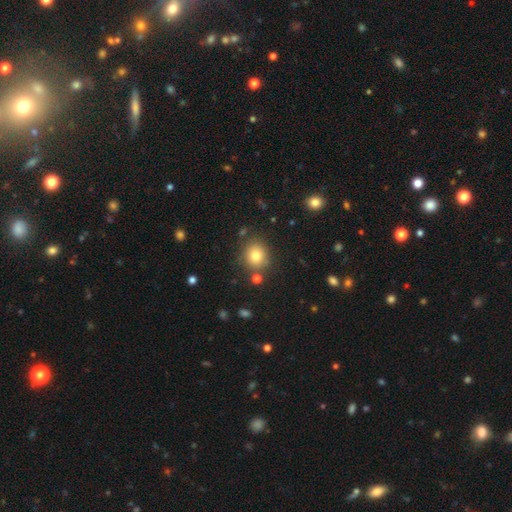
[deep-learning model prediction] This is likely a smooth galaxy (79%). How rounded: clearly round (82%). Merging: clearly none (80%).